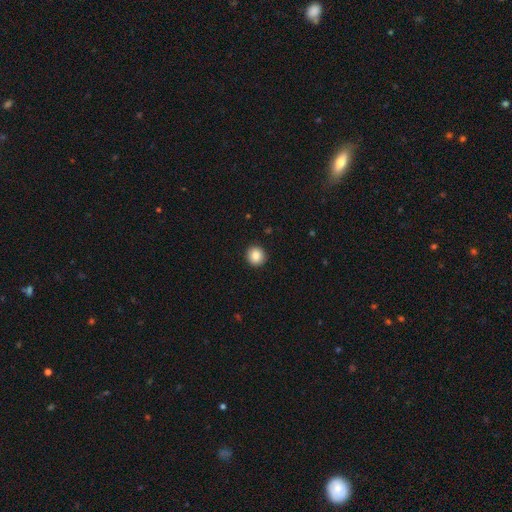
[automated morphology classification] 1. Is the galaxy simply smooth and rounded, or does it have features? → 87% smooth, 9% star or artifact, 4% featured or disk.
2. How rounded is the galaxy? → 91% round, 8% in between, 1% cigar-shaped.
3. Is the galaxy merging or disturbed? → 92% none, 5% minor disturbance, 2% major disturbance, 1% merger.